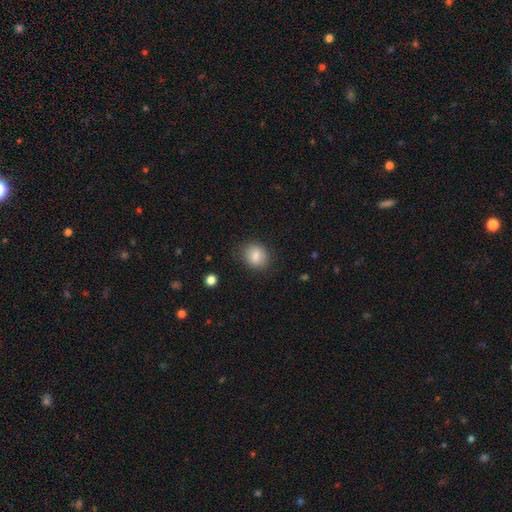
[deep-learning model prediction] This is clearly a smooth galaxy (83%). How rounded: likely round (64%). Merging: clearly none (81%).